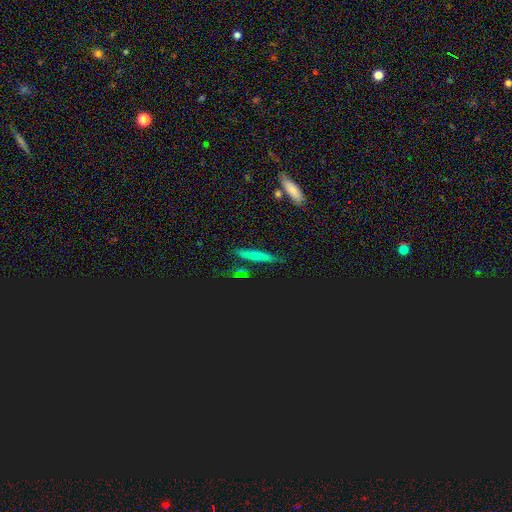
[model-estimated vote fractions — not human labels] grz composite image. It shows a smooth galaxy with no disk features (51%) that is cigar-shaped (80%). Merging: none (79%).